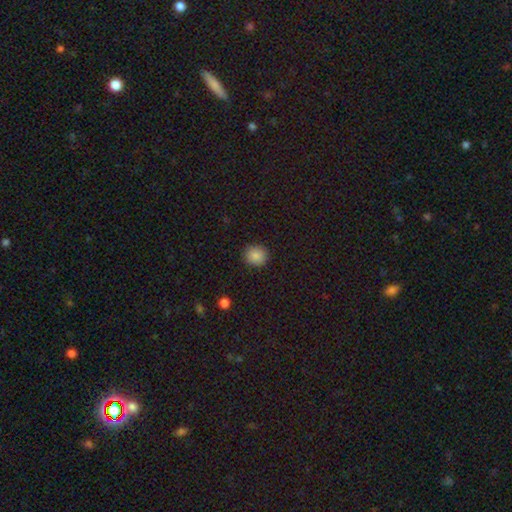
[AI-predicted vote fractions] A smooth galaxy with no disk features (86%) that is round (85%).

Vote fractions:
- Smooth or featured? smooth: 86% / star or artifact: 9% / featured or disk: 4%
- How rounded? round: 85% / in between: 14% / cigar-shaped: 1%
- Merging? none: 89% / minor disturbance: 8% / major disturbance: 2% / merger: 1%